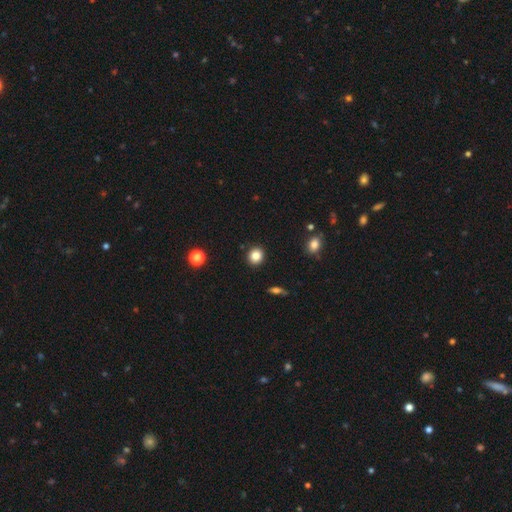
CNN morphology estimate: The model was most divided on "how rounded": round: 82%, in between: 17%, cigar-shaped: 1%. More confident: merging — none (91%); smooth or featured — smooth (84%).